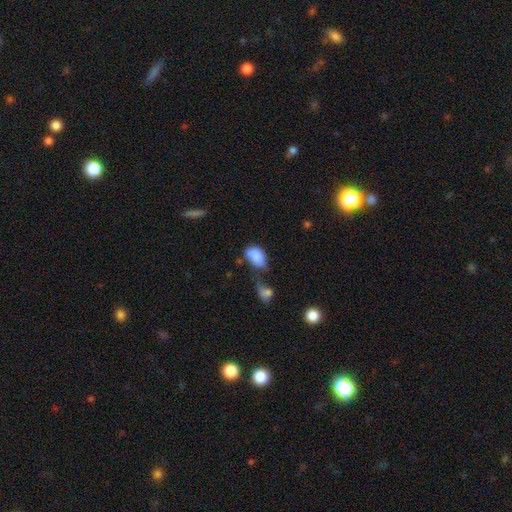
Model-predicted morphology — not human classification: Smooth or featured: smooth — 82% (featured or disk — 10%)
How rounded: in between — 89% (round — 9%)
Merging: minor disturbance — 27% (tied with none — 27%)